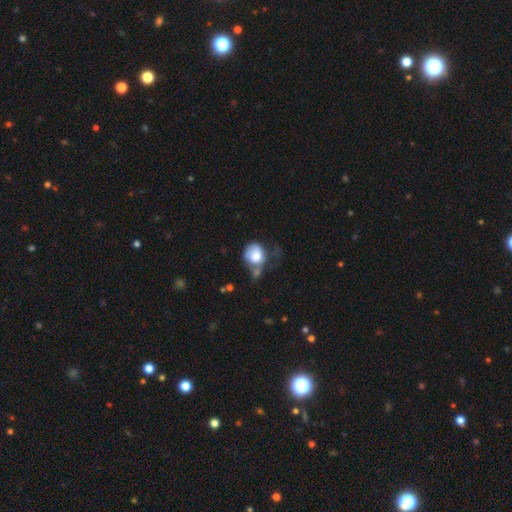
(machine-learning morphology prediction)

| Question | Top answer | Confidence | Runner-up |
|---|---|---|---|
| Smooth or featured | smooth | 72% | featured or disk (20%) |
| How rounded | round | 59% | in between (40%) |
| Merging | major disturbance | 32% | minor disturbance (25%) |